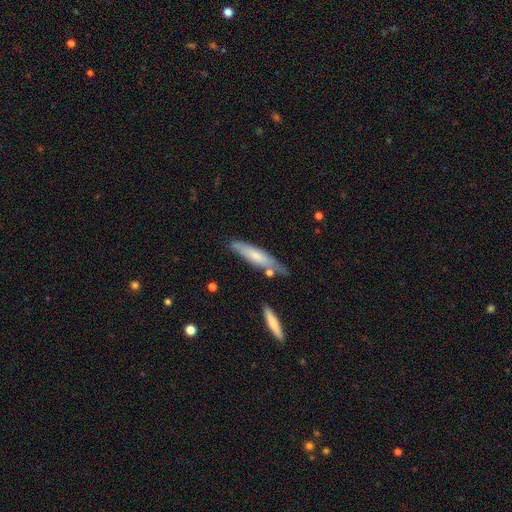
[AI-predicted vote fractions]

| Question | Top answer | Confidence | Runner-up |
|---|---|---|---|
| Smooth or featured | smooth | 62% | featured or disk (32%) |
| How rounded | cigar-shaped | 79% | in between (20%) |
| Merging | none | 67% | minor disturbance (22%) |